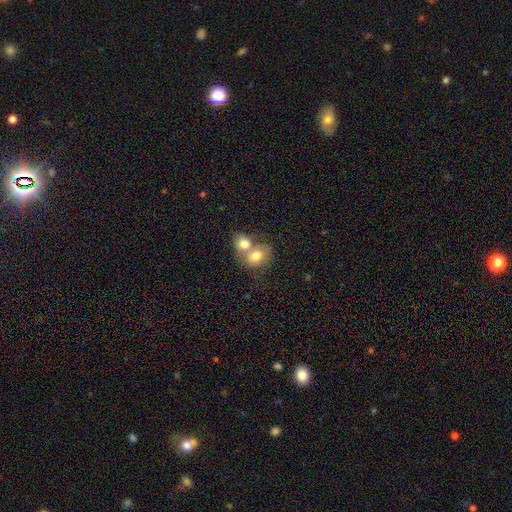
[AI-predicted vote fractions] Overall: smooth (71%). How rounded: round (57%; in between 42%). Merging: merger (68%).